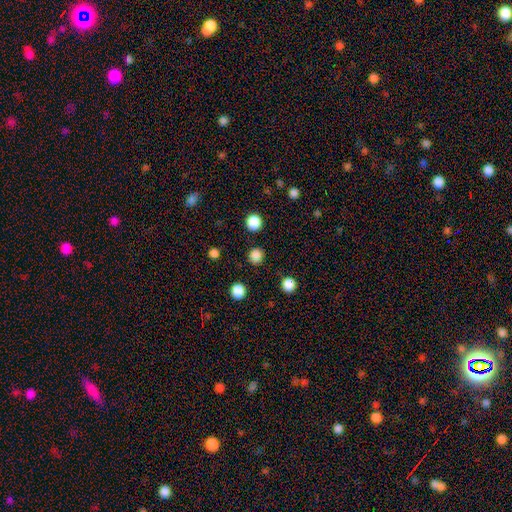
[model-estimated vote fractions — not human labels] The model was most divided on "smooth or featured": smooth: 78%, star or artifact: 17%, featured or disk: 5%. More confident: how rounded — round (91%); merging — none (86%).